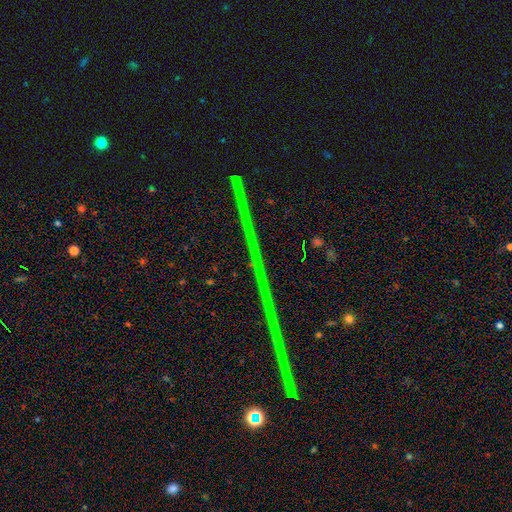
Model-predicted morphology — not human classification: Smooth or featured? star or artifact (84%)